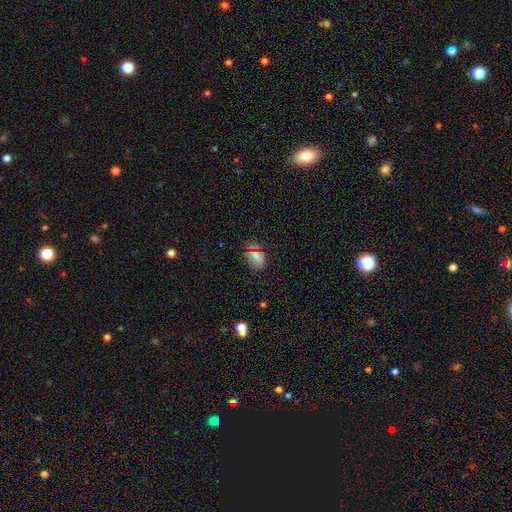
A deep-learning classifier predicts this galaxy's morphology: This appears to be a smooth galaxy with no disk features (65%) that is in between round and cigar-shaped (61%). Merging: none (77%).